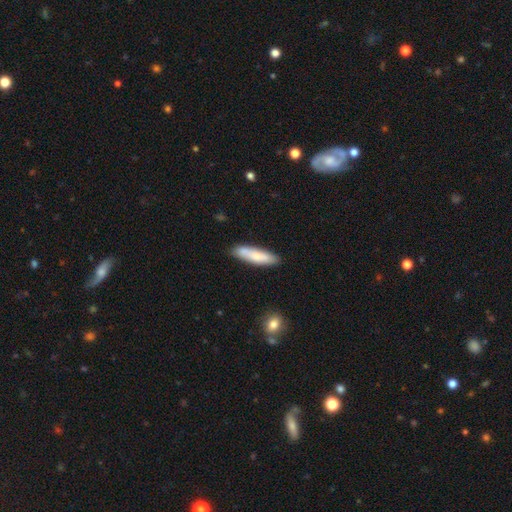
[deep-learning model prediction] Smooth or featured?
  - smooth: 73% *
  - featured or disk: 21%
  - star or artifact: 6%
How rounded?
  - cigar-shaped: 73% *
  - in between: 26%
  - round: 2%
Merging?
  - none: 77% *
  - minor disturbance: 14%
  - merger: 6%
  - major disturbance: 3%